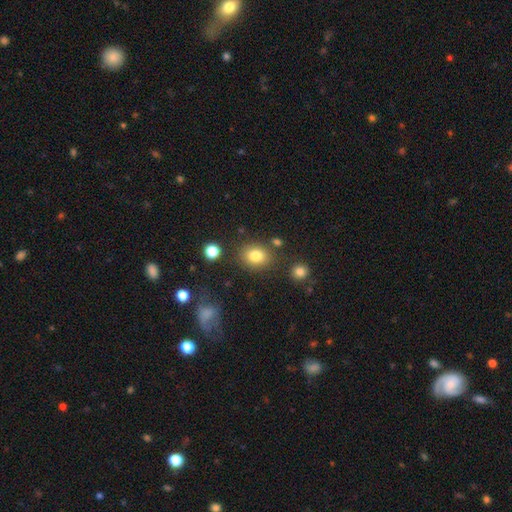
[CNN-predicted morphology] Smooth or featured? smooth (82%)
How rounded? round (52%)
Merging? none (80%)